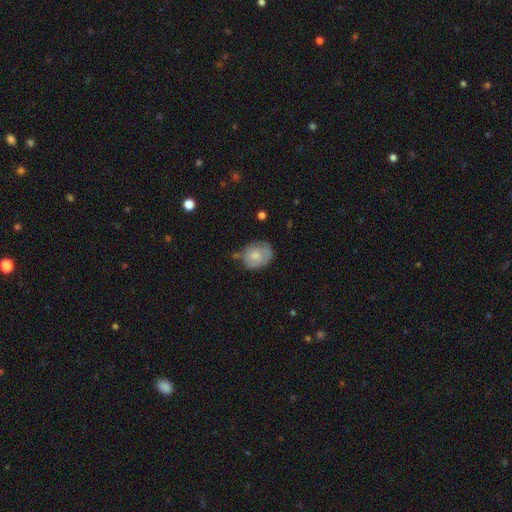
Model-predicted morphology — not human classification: smooth-or-featured: smooth: 70% | featured or disk: 23% | star or artifact: 7%
  how-rounded: round: 52% | in between: 47% | cigar-shaped: 1%
  merging: none: 56% | minor disturbance: 31% | major disturbance: 8% | merger: 5%